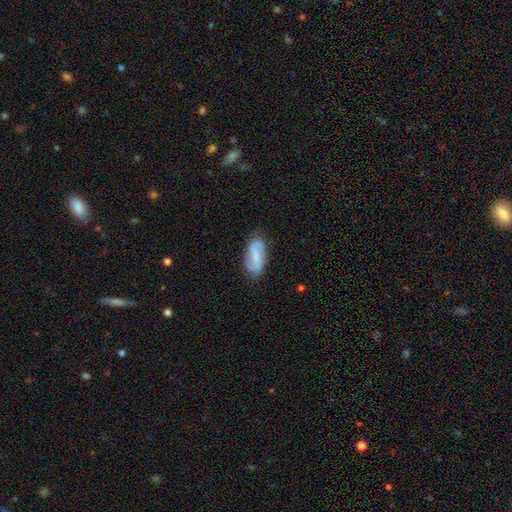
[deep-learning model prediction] The model was most divided on "smooth or featured": featured or disk: 51%, smooth: 42%, star or artifact: 7%. More confident: edge-on disk — no (94%); merging — none (78%).